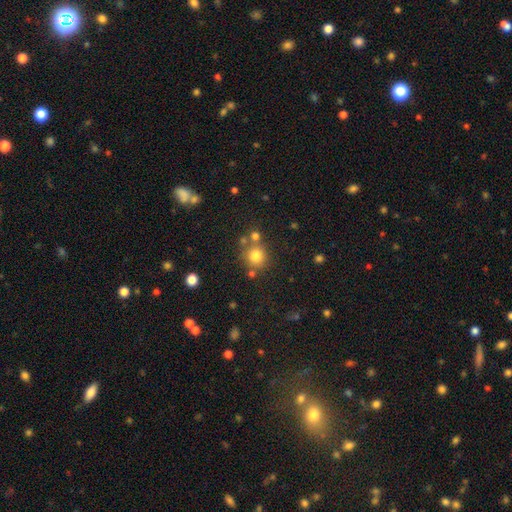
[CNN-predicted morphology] smooth 78%, star or artifact 14%, featured or disk 9%. Down the decision tree: how rounded — round (89%); merging — none (69%).